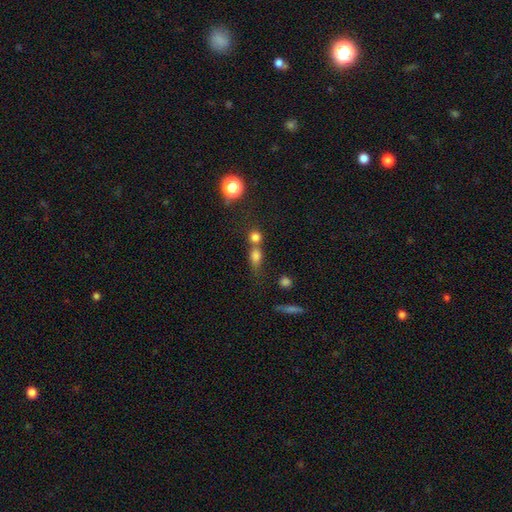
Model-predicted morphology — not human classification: Smooth or featured?
  - smooth: 74% *
  - star or artifact: 15%
  - featured or disk: 11%
How rounded?
  - round: 51% *
  - in between: 42%
  - cigar-shaped: 7%
Merging?
  - merger: 47% *
  - none: 36%
  - minor disturbance: 10%
  - major disturbance: 6%